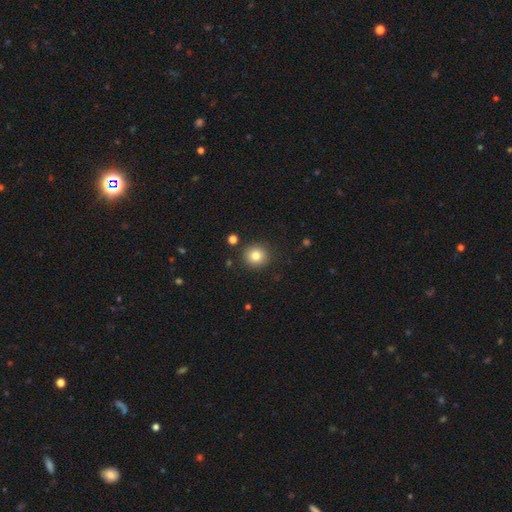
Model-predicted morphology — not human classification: A smooth galaxy with no disk features (82%) that is round (90%).

Vote fractions:
- Smooth or featured? smooth: 82% / star or artifact: 11% / featured or disk: 7%
- How rounded? round: 90% / in between: 9% / cigar-shaped: 1%
- Merging? none: 89% / minor disturbance: 7% / merger: 2% / major disturbance: 2%